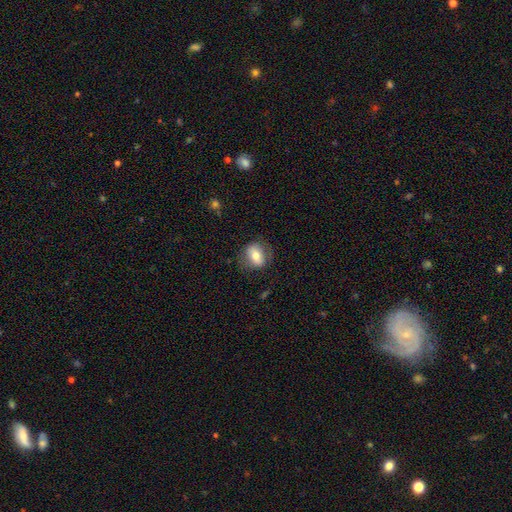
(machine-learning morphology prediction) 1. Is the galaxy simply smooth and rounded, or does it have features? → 64% smooth, 29% featured or disk, 8% star or artifact.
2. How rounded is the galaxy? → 64% in between, 33% round, 3% cigar-shaped.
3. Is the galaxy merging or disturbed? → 72% none, 18% minor disturbance, 9% major disturbance, 1% merger.